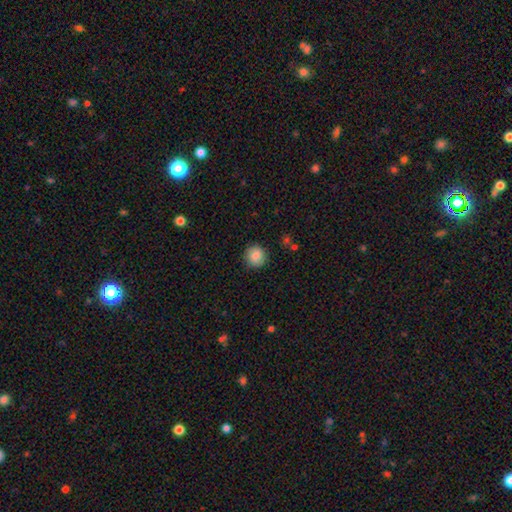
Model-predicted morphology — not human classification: Smooth or featured? smooth (84%)
How rounded? round (92%)
Merging? none (88%)